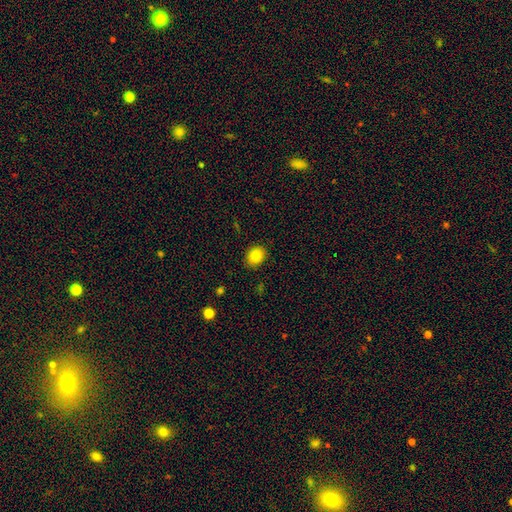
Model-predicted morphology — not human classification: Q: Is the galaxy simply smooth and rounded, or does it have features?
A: smooth — 84%.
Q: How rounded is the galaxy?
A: round — 61%.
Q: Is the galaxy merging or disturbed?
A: none — 88%.